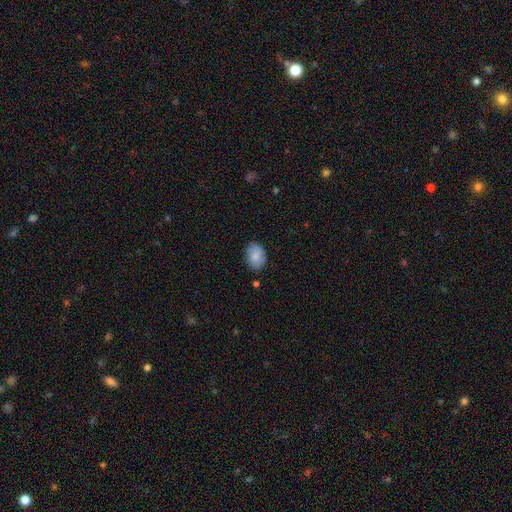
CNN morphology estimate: smooth_or_featured: smooth (p=0.85) [alt: featured or disk p=0.09]
how_rounded: in between (p=0.73) [alt: round p=0.26]
merging: none (p=0.81) [alt: minor disturbance p=0.14]